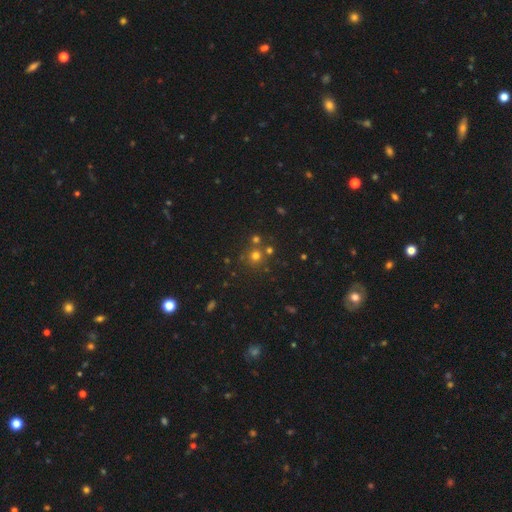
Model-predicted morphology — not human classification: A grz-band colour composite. It shows a smooth galaxy with no disk features (66%) that is round (91%). Merging: none (70%).